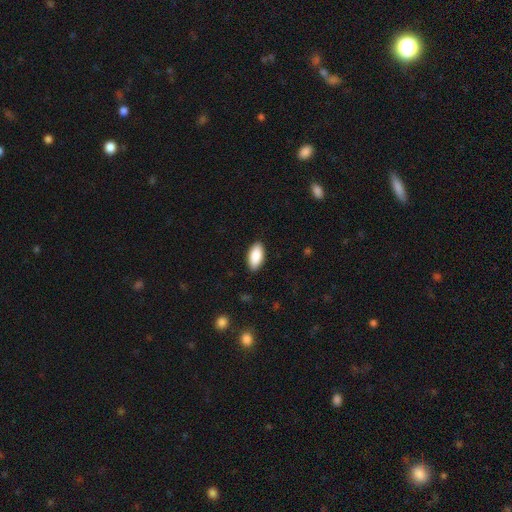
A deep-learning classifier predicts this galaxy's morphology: A smooth galaxy with no disk features (89%) that is in between round and cigar-shaped (93%). Merging: none (89%).